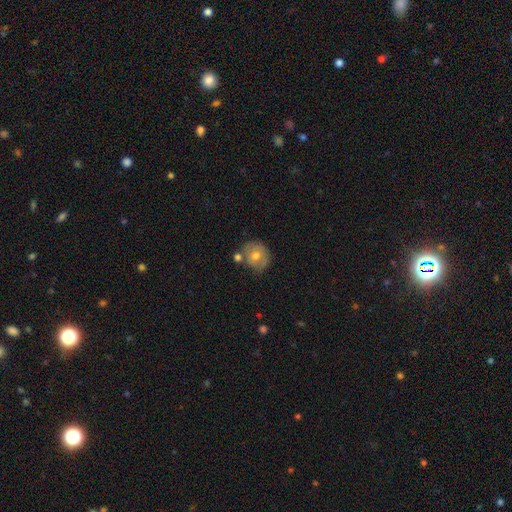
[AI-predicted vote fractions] smooth 62%, featured or disk 30%, star or artifact 9%. Down the decision tree: how rounded — round (82%); merging — none (62%).